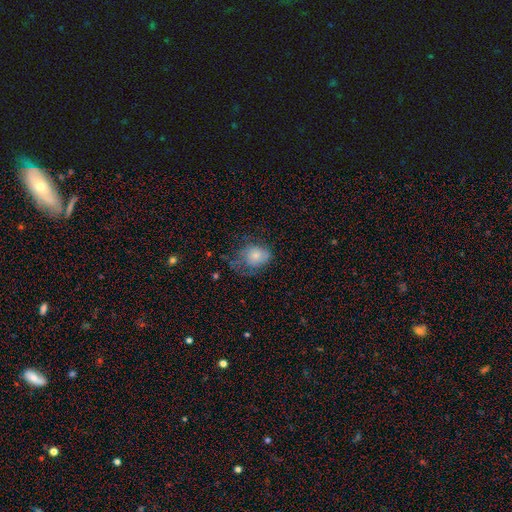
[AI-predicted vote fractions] smooth 72%, featured or disk 19%, star or artifact 9%. Down the decision tree: how rounded — in between (50%); merging — none (36%).